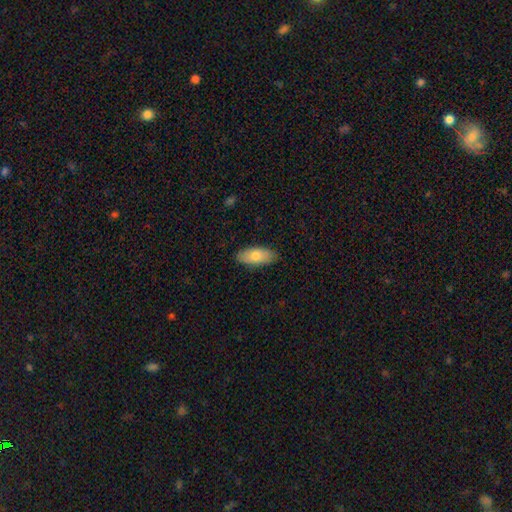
smooth_or_featured: smooth (p=0.76) [alt: featured or disk p=0.22]
how_rounded: in between (p=0.79) [alt: cigar-shaped p=0.18]
merging: none (p=0.72) [alt: minor disturbance p=0.25]